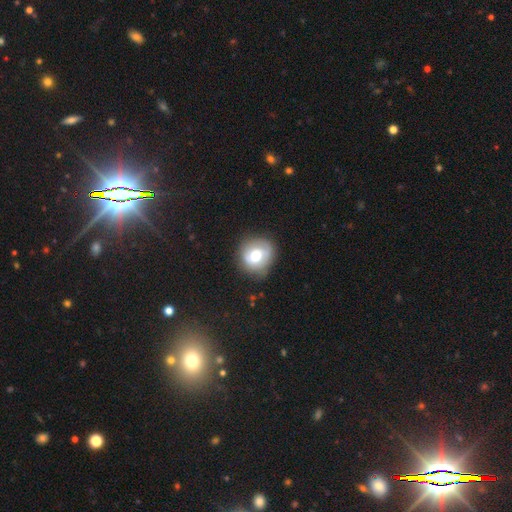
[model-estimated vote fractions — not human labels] smooth_or_featured: smooth (p=0.55) [alt: featured or disk p=0.37]
how_rounded: round (p=0.83) [alt: in between p=0.16]
merging: none (p=0.74) [alt: minor disturbance p=0.18]